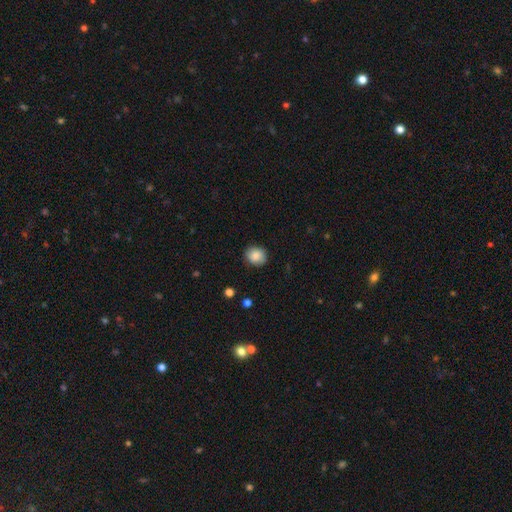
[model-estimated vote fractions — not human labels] smooth-or-featured: smooth: 86% | star or artifact: 8% | featured or disk: 6%
  how-rounded: round: 73% | in between: 26% | cigar-shaped: 1%
  merging: none: 86% | minor disturbance: 11% | major disturbance: 2% | merger: 1%